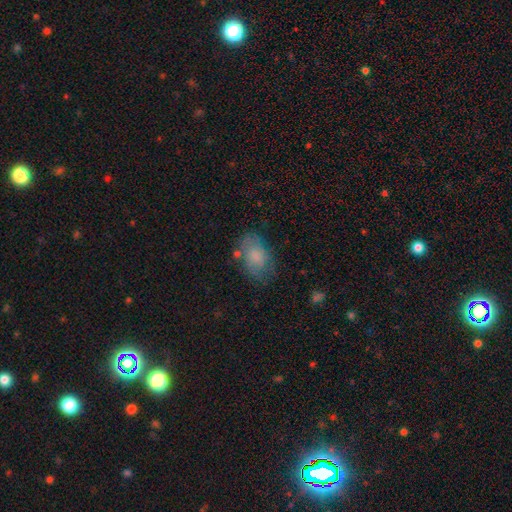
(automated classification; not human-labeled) A smooth galaxy with no disk features (68%) that is in between round and cigar-shaped (88%). Merging: none (63%).